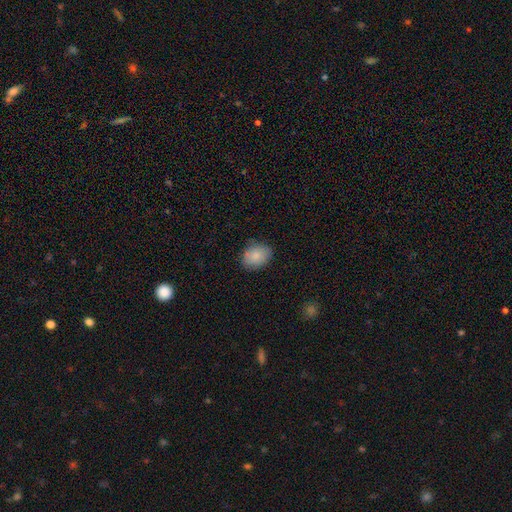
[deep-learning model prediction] Smooth or featured? Predicted: smooth (p=0.85). How rounded? Predicted: in between (p=0.62). Merging? Predicted: none (p=0.80).